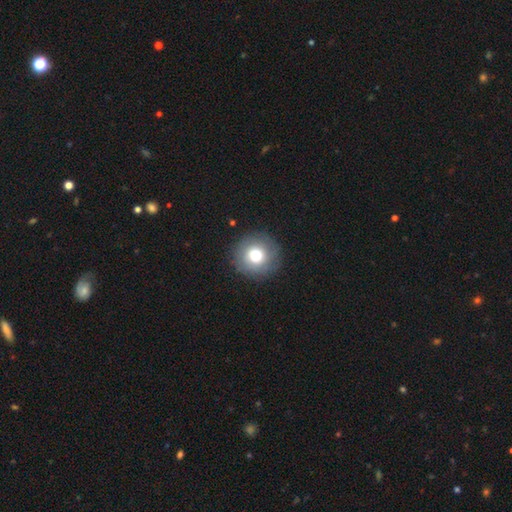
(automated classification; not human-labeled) smooth_or_featured: smooth (p=0.76) [alt: featured or disk p=0.15]
how_rounded: round (p=0.95) [alt: in between p=0.04]
merging: none (p=0.88) [alt: minor disturbance p=0.08]